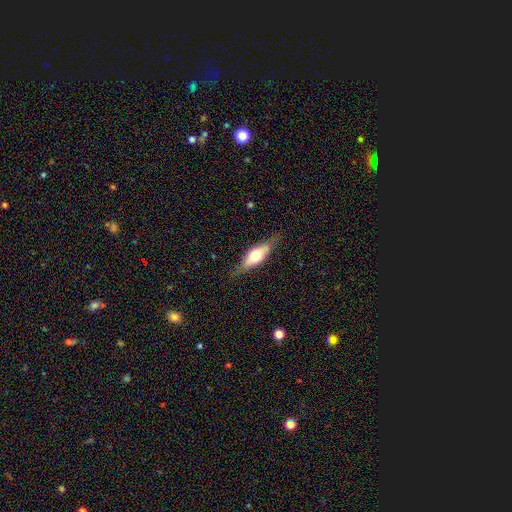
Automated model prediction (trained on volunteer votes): The model was most divided on "smooth or featured": smooth: 50%, featured or disk: 45%, star or artifact: 6%. More confident: merging — none (78%).